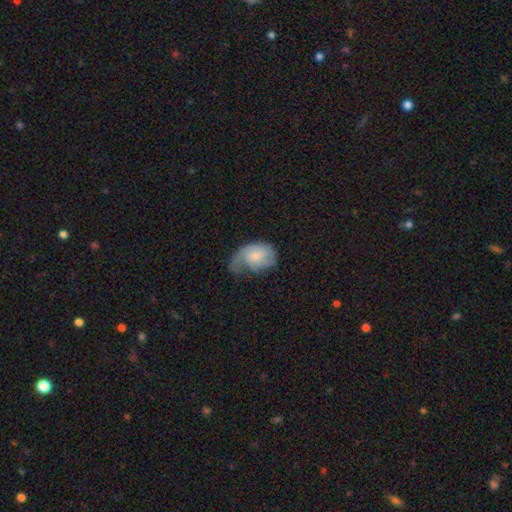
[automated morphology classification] A featured or disk galaxy (51%).

Vote fractions:
- Smooth or featured? featured or disk: 51% / smooth: 42% / star or artifact: 7%
- Edge-on disk? no: 97% / yes: 3%
- Merging? minor disturbance: 35% / major disturbance: 33% / none: 29% / merger: 2%